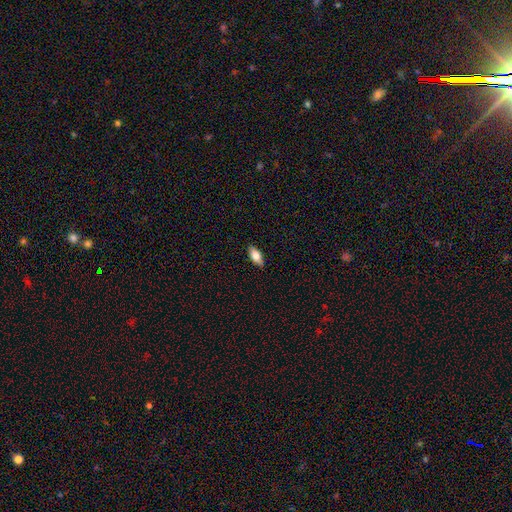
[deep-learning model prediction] This appears to be a smooth galaxy with no disk features (73%) that is in between round and cigar-shaped (82%). Merging: none (88%).